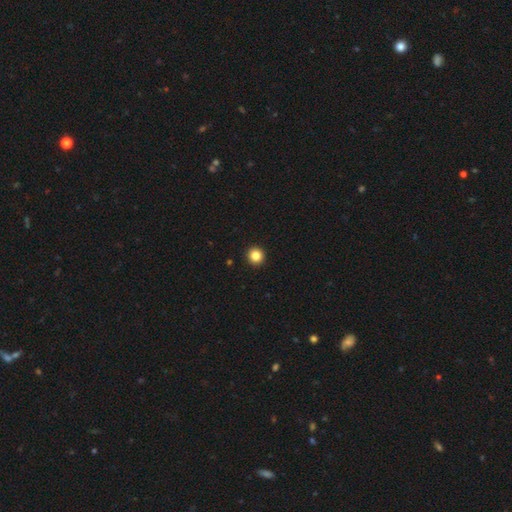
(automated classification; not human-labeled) A smooth galaxy with no disk features (85%) that is round (95%).

Vote fractions:
- Smooth or featured? smooth: 85% / star or artifact: 11% / featured or disk: 4%
- How rounded? round: 95% / in between: 4% / cigar-shaped: 1%
- Merging? none: 94% / minor disturbance: 3% / major disturbance: 1% / merger: 1%